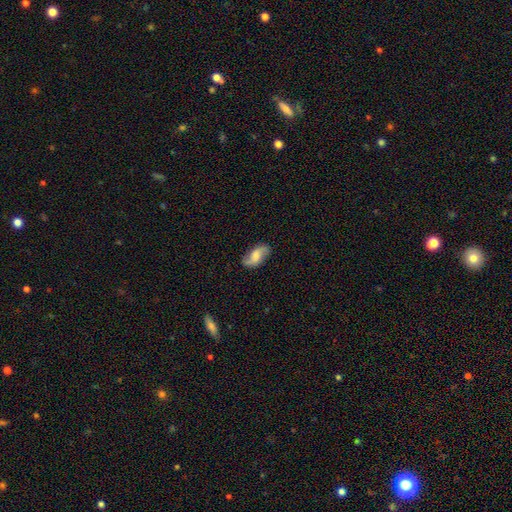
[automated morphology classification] Smooth or featured?
  - featured or disk: 63% *
  - smooth: 30%
  - star or artifact: 7%
Edge-on disk?
  - no: 95% *
  - yes: 5%
Bar?
  - no: 46% *
  - weak: 42%
  - strong: 12%
Spiral arms?
  - yes: 93% *
  - no: 7%
Spiral winding?
  - loose: 66% *
  - medium: 26%
  - tight: 8%
Spiral arm count?
  - 2: 91% *
  - can't tell: 4%
  - 1: 2%
  - 3: 1%
  - 4: 1%
  - more than 4: 1%
Bulge size?
  - moderate: 41% *
  - small: 27%
  - none: 17%
  - large: 14%
  - dominant: 2%
Merging?
  - none: 81% *
  - minor disturbance: 14%
  - major disturbance: 4%
  - merger: 1%